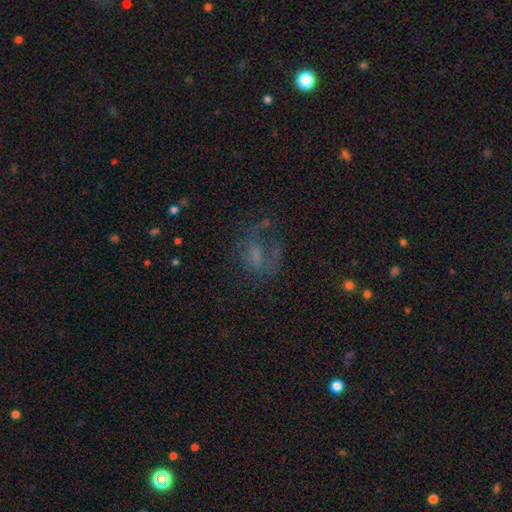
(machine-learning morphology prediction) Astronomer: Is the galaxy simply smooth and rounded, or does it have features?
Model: featured or disk — 47% (runner-up: smooth, 32%).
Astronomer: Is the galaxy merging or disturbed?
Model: none — 41% (runner-up: major disturbance, 37%).